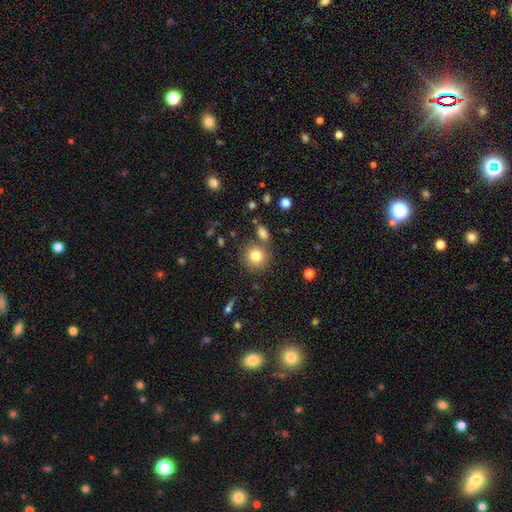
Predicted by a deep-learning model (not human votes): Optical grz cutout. It shows a smooth galaxy with no disk features (81%) that is round (90%). Merging: none (76%).